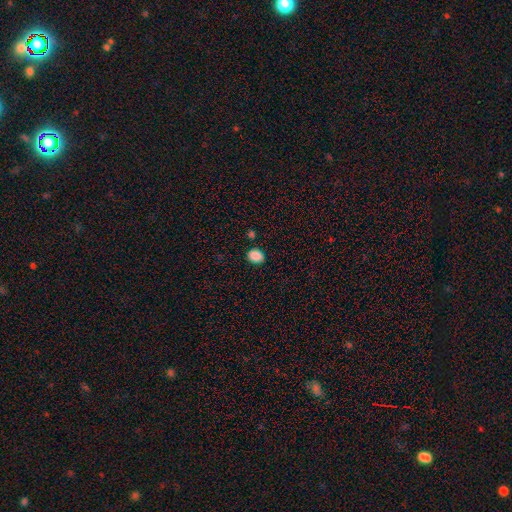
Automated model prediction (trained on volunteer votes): The model was most divided on "how rounded": in between: 59%, round: 40%, cigar-shaped: 1%. More confident: smooth or featured — smooth (88%); merging — none (84%).